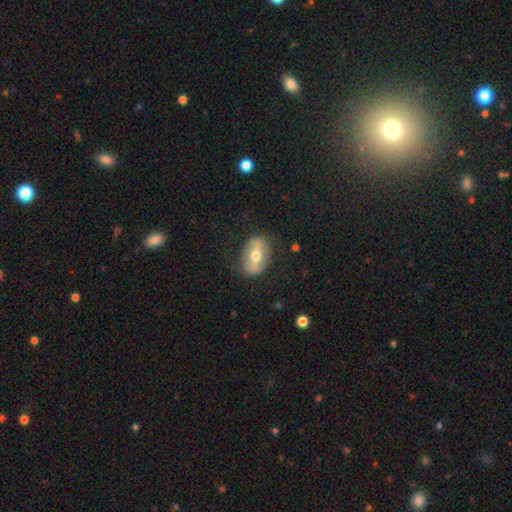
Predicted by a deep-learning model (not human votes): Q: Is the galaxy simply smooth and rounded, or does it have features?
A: featured or disk — 52%.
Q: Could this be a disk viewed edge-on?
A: no — 83%.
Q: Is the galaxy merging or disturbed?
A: none — 78%.